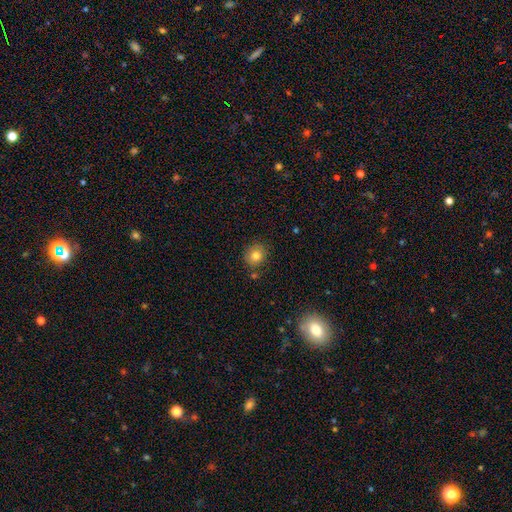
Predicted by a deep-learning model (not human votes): Smooth or featured?
  - smooth: 81% *
  - star or artifact: 11%
  - featured or disk: 8%
How rounded?
  - round: 85% *
  - in between: 14%
  - cigar-shaped: 1%
Merging?
  - none: 81% *
  - minor disturbance: 12%
  - merger: 5%
  - major disturbance: 3%